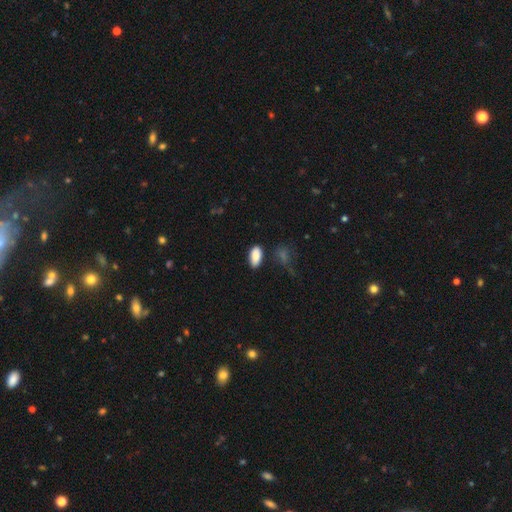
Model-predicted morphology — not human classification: The model was most divided on "merging": none: 78%, minor disturbance: 15%, merger: 4%, major disturbance: 3%. More confident: how rounded — in between (93%); smooth or featured — smooth (88%).